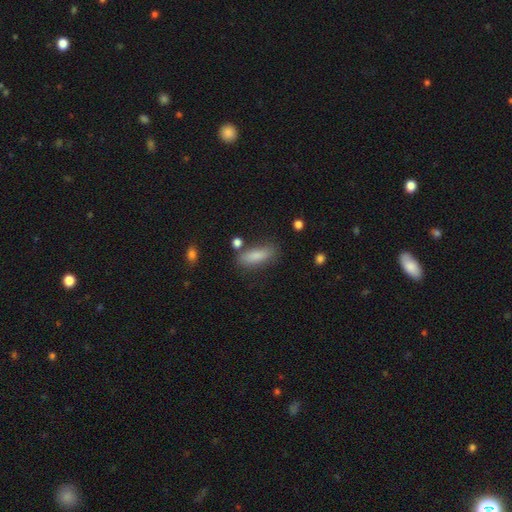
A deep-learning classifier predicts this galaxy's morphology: smooth_or_featured: smooth (p=0.83) [alt: featured or disk p=0.10]
how_rounded: in between (p=0.63) [alt: cigar-shaped p=0.35]
merging: none (p=0.71) [alt: minor disturbance p=0.17]